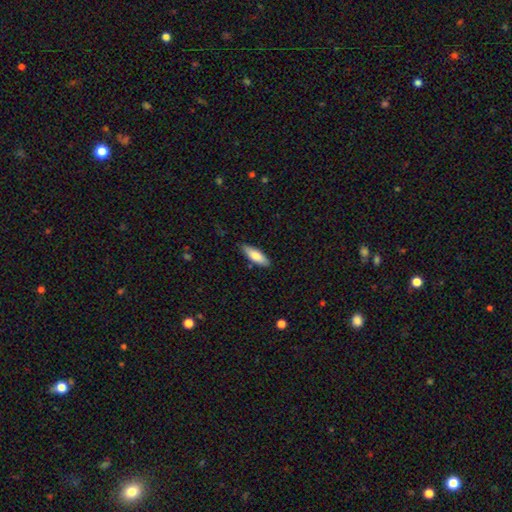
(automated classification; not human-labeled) smooth-or-featured: smooth: 79% | featured or disk: 16% | star or artifact: 6%
  how-rounded: in between: 56% | cigar-shaped: 42% | round: 2%
  merging: none: 87% | minor disturbance: 10% | major disturbance: 2% | merger: 1%